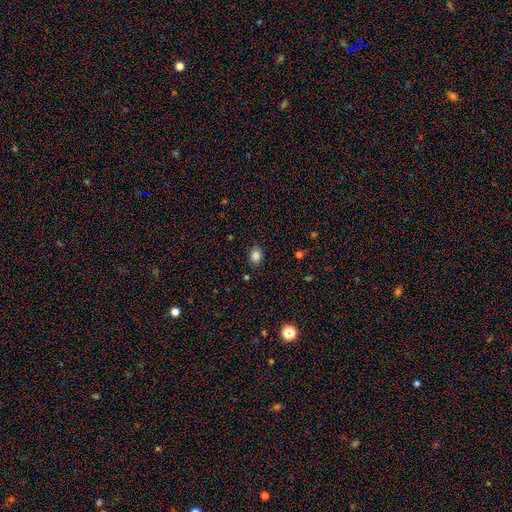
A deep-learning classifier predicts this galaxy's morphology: Smooth or featured? Predicted: smooth (p=0.85). How rounded? Predicted: round (p=0.50). Merging? Predicted: none (p=0.85).